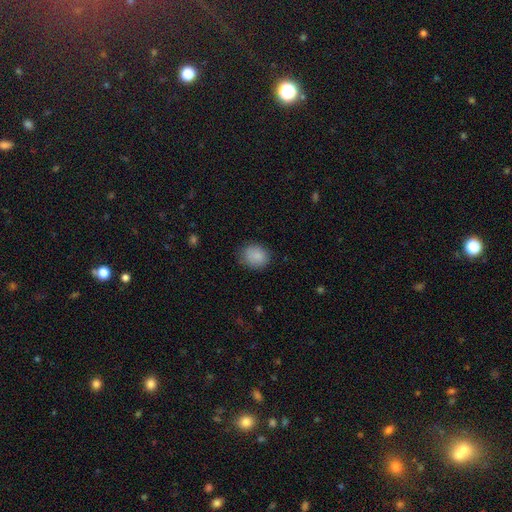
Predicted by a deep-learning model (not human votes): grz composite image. It shows a smooth galaxy with no disk features (87%) that is round (61%). Merging: none (79%).